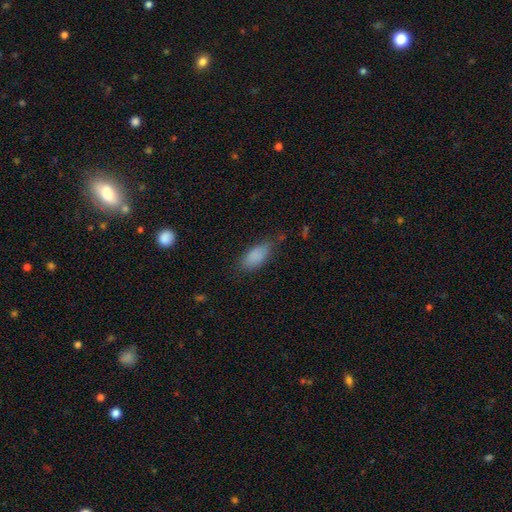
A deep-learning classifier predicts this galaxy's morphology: Overall: smooth (86%). How rounded: in between (87%). Merging: none (70%).